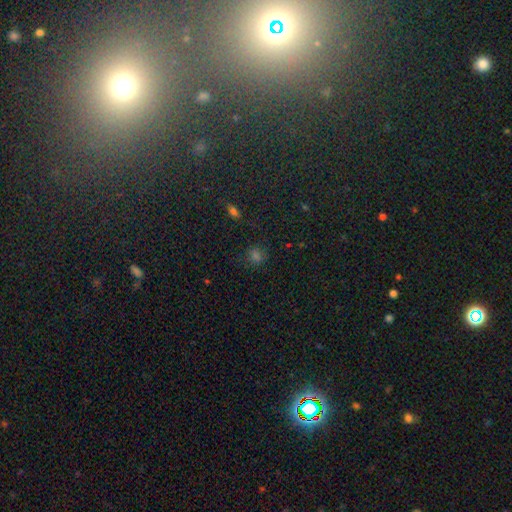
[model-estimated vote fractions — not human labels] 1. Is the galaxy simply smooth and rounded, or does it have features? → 57% smooth, 35% star or artifact, 8% featured or disk.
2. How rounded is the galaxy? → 77% round, 21% in between, 2% cigar-shaped.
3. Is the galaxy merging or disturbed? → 78% none, 14% minor disturbance, 5% major disturbance, 3% merger.